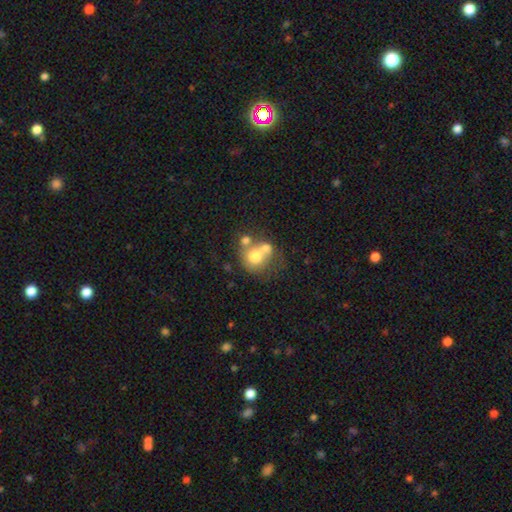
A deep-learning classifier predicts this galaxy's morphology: smooth-or-featured: smooth: 63% | featured or disk: 27% | star or artifact: 11%
  how-rounded: round: 66% | in between: 33% | cigar-shaped: 1%
  merging: merger: 54% | none: 25% | minor disturbance: 11% | major disturbance: 10%